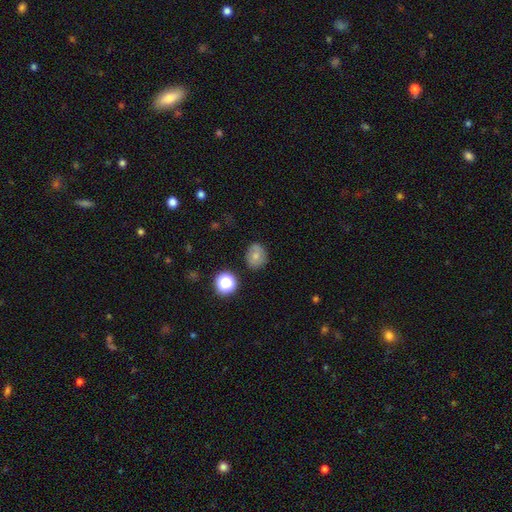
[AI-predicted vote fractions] A smooth galaxy with no disk features (69%) that is round (74%). Merging: none (82%).